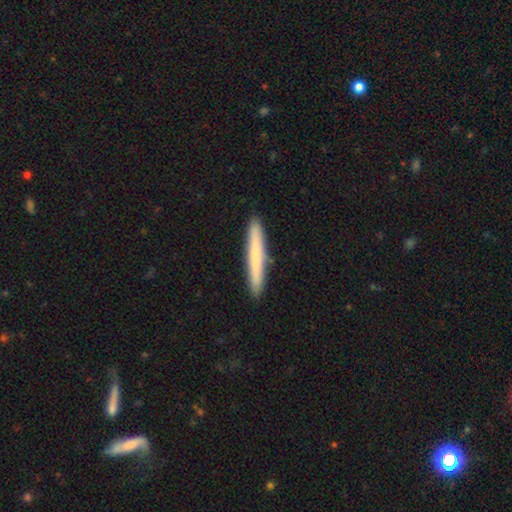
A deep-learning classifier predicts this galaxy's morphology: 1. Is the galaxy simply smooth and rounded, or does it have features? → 70% smooth, 24% featured or disk, 5% star or artifact.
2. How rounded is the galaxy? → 96% cigar-shaped, 3% in between, 1% round.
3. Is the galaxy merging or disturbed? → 92% none, 6% minor disturbance, 1% major disturbance, 1% merger.